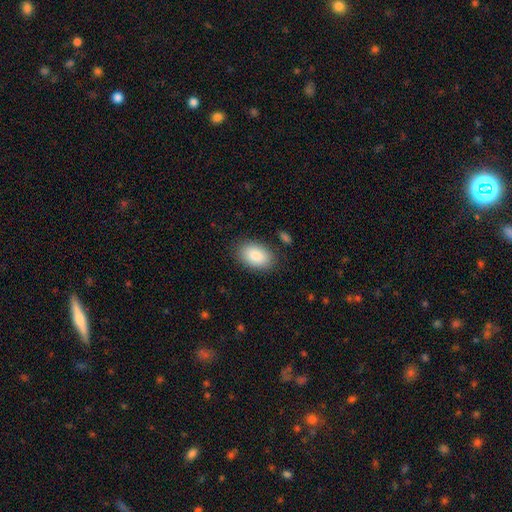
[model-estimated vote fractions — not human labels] A smooth galaxy with no disk features (87%) that is in between round and cigar-shaped (92%).

Vote fractions:
- Smooth or featured? smooth: 87% / star or artifact: 6% / featured or disk: 6%
- How rounded? in between: 92% / round: 7% / cigar-shaped: 1%
- Merging? none: 85% / minor disturbance: 11% / major disturbance: 3% / merger: 2%